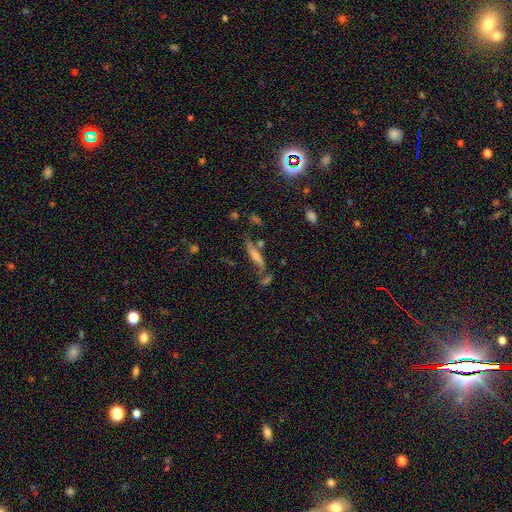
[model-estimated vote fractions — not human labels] Smooth or featured?
  - smooth: 61% *
  - featured or disk: 27%
  - star or artifact: 11%
How rounded?
  - cigar-shaped: 76% *
  - in between: 22%
  - round: 3%
Merging?
  - none: 50% *
  - merger: 20%
  - minor disturbance: 19%
  - major disturbance: 11%